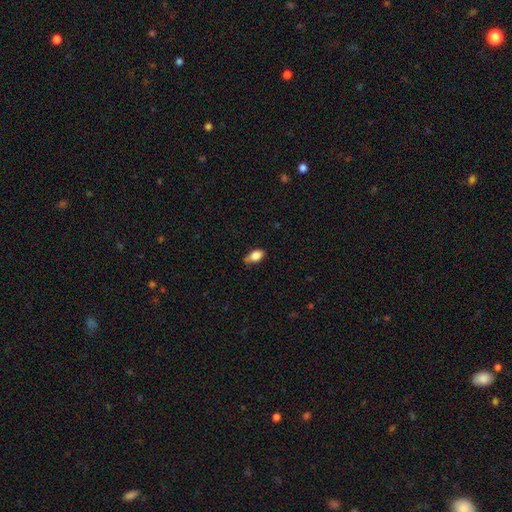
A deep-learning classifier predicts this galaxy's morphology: Q: Smooth or featured?
A: smooth (82%); runner-up: featured or disk (10%)
Q: How rounded?
A: in between (88%); runner-up: round (7%)
Q: Merging?
A: none (60%); runner-up: minor disturbance (32%)